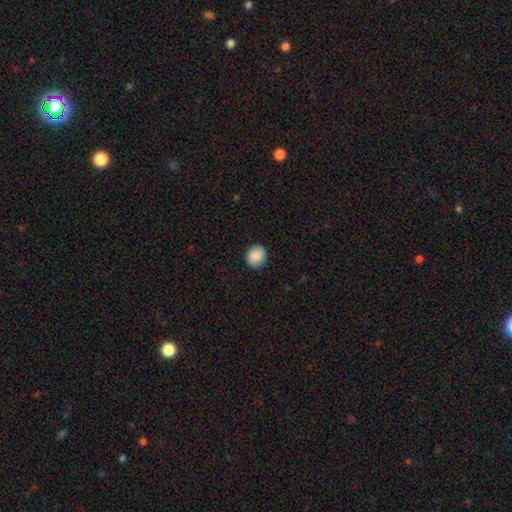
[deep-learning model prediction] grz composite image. It shows a smooth galaxy with no disk features (83%) that is round (75%). Merging: none (88%).